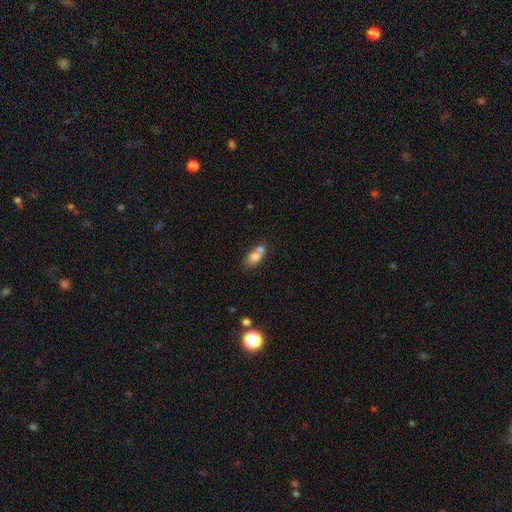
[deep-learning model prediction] Smooth or featured? Predicted: smooth (p=0.74). How rounded? Predicted: in between (p=0.77). Merging? Predicted: merger (p=0.48).